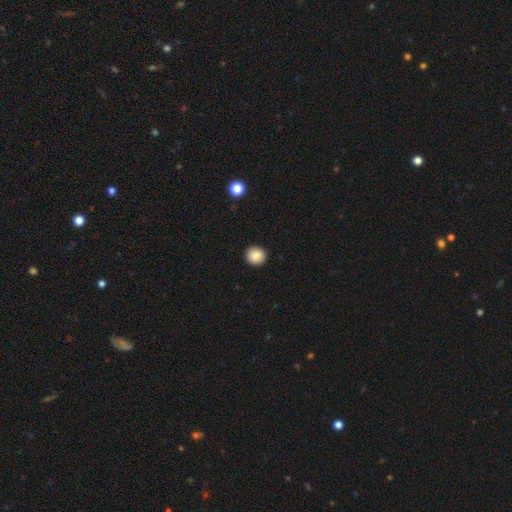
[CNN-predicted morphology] A smooth galaxy with no disk features (84%) that is round (92%). Merging: none (92%).